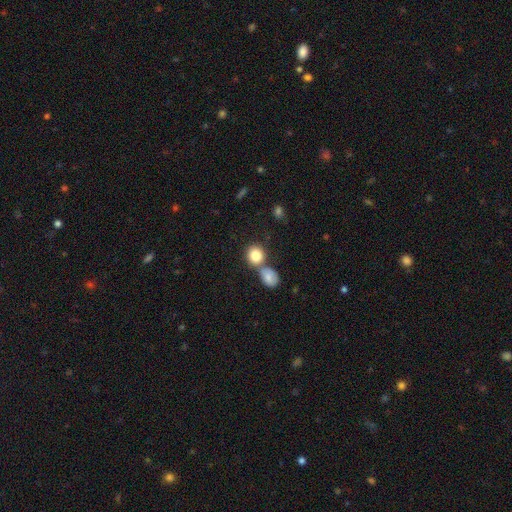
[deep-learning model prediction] Smooth or featured?
  - smooth: 83% *
  - star or artifact: 9%
  - featured or disk: 9%
How rounded?
  - round: 81% *
  - in between: 18%
  - cigar-shaped: 1%
Merging?
  - none: 46% *
  - merger: 42%
  - minor disturbance: 8%
  - major disturbance: 3%